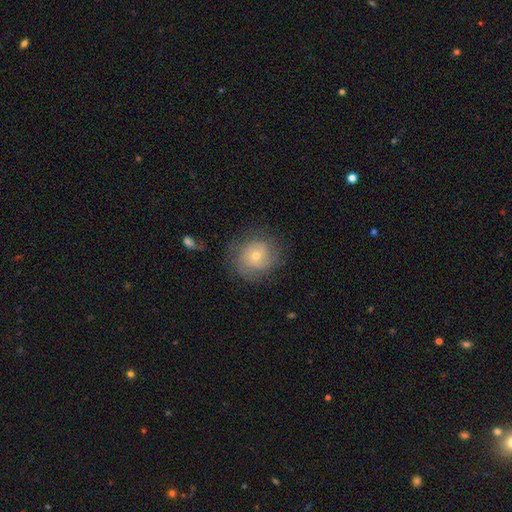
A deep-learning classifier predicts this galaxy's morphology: smooth-or-featured: smooth: 46% | featured or disk: 45% | star or artifact: 9%
  merging: none: 71% | minor disturbance: 18% | major disturbance: 9% | merger: 1%